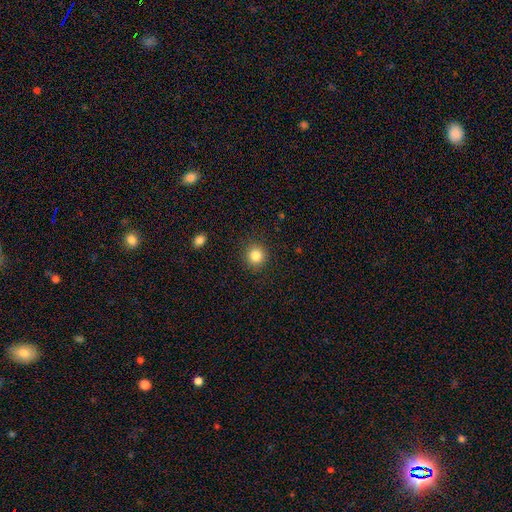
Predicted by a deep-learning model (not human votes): Overall: smooth (84%). How rounded: round (91%). Merging: none (90%).